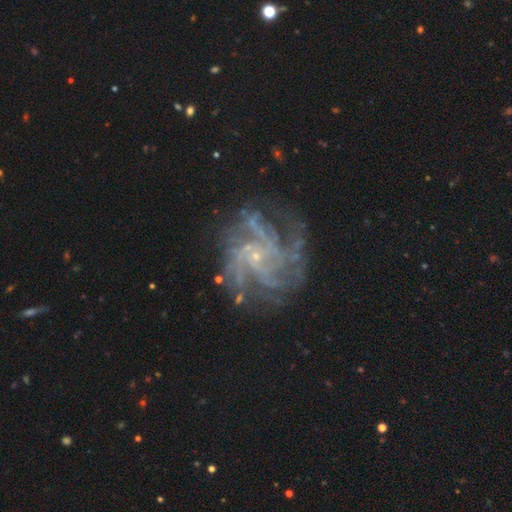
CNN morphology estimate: A featured or disk galaxy (88%) with no bar (70%), 4 (32%) medium (45%) spiral arms (97%) and a small central bulge (83%).

Vote fractions:
- Smooth or featured? featured or disk: 88% / star or artifact: 8% / smooth: 4%
- Edge-on disk? no: 98% / yes: 2%
- Bar? no: 70% / weak: 25% / strong: 6%
- Spiral arms? yes: 97% / no: 3%
- Spiral winding? medium: 45% / tight: 44% / loose: 11%
- Spiral arm count? 4: 32% / more than 4: 22% / can't tell: 16% / 3: 14% / 2: 8% / 1: 7%
- Bulge size? small: 83% / none: 7% / moderate: 7% / large: 1% / dominant: 1%
- Merging? none: 69% / minor disturbance: 17% / major disturbance: 12% / merger: 2%